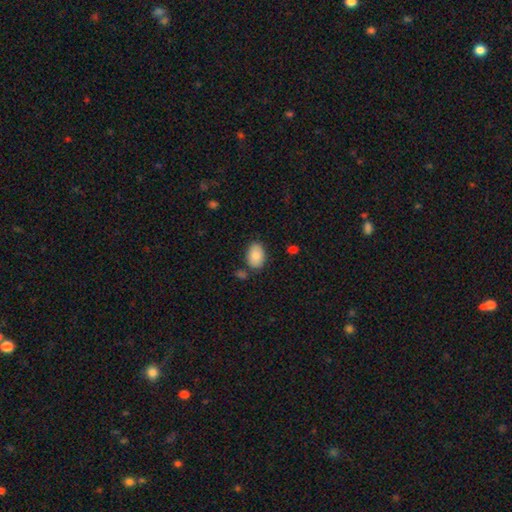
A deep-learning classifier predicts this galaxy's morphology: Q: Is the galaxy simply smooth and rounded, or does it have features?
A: smooth — 84%.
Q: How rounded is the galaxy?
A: in between — 87%.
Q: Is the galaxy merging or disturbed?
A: none — 78%.